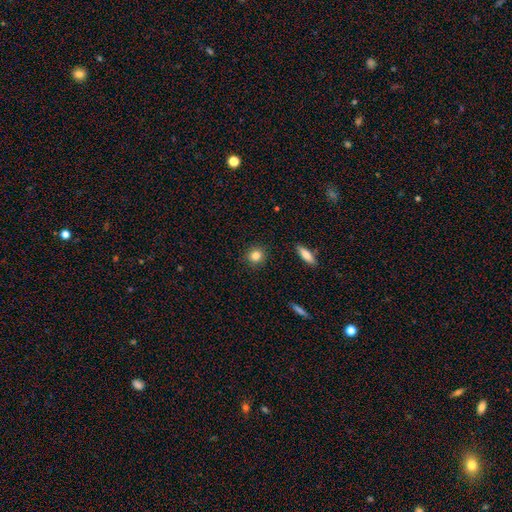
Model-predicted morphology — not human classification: Smooth or featured?
  - smooth: 83% *
  - star or artifact: 10%
  - featured or disk: 7%
How rounded?
  - round: 87% *
  - in between: 12%
  - cigar-shaped: 1%
Merging?
  - none: 90% *
  - minor disturbance: 7%
  - major disturbance: 2%
  - merger: 1%